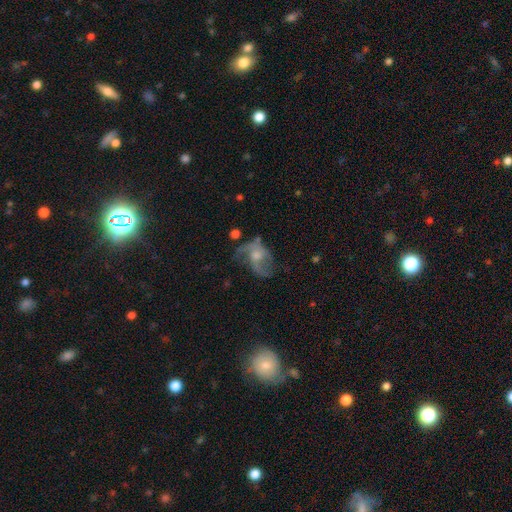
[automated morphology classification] type=featured or disk (69%); edge-on=no (96%); bar=no (66%); spiral arms=yes (80%); winding=loose (49%); arm count=2 (52%); bulge=moderate (51%); merging=none (49%).